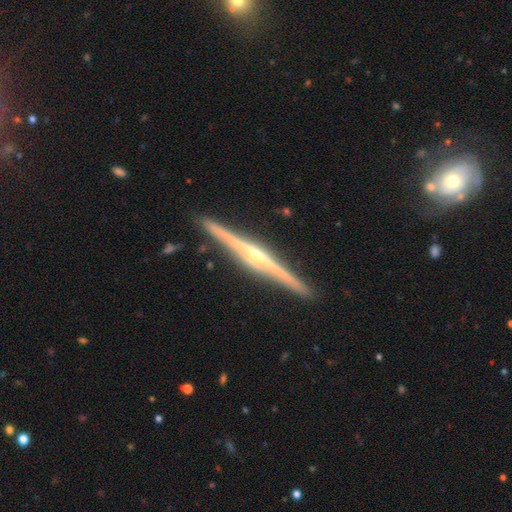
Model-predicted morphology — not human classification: Smooth or featured: featured or disk — 88% (smooth — 7%)
Edge-on disk: yes — 99% (no — 1%)
Edge-on bulge: rounded — 83% (none — 9%)
Merging: none — 92% (minor disturbance — 5%)